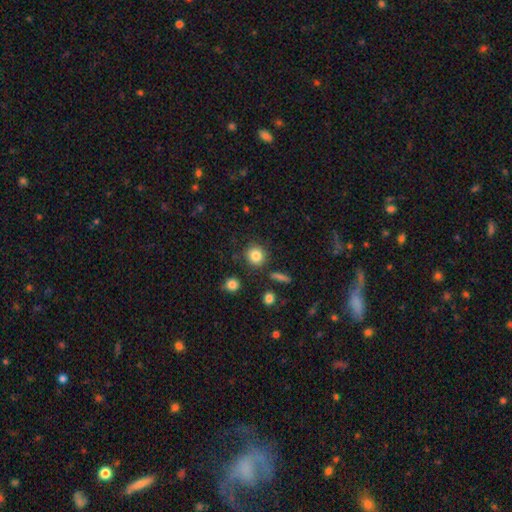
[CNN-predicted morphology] smooth-or-featured: smooth: 83% | star or artifact: 10% | featured or disk: 6%
  how-rounded: round: 90% | in between: 9% | cigar-shaped: 1%
  merging: none: 85% | minor disturbance: 8% | merger: 4% | major disturbance: 3%